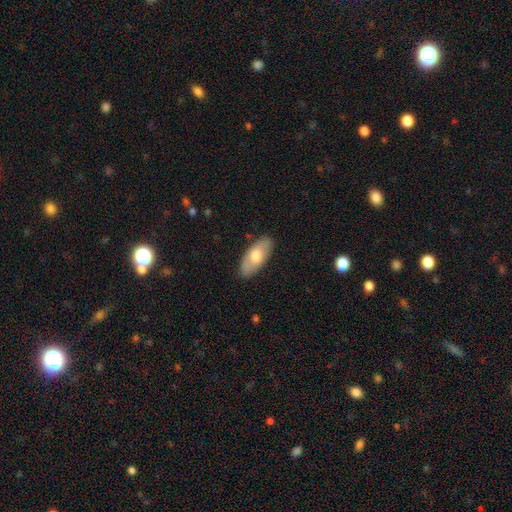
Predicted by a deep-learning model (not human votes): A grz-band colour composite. It shows a smooth galaxy with no disk features (63%) that is in between round and cigar-shaped (89%). Merging: none (85%).